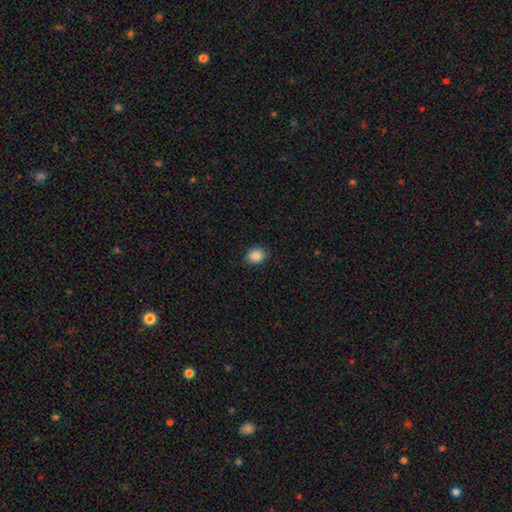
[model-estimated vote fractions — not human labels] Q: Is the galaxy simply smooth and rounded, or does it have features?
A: smooth — 87%.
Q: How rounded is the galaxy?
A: round — 55%.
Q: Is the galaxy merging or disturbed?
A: none — 88%.